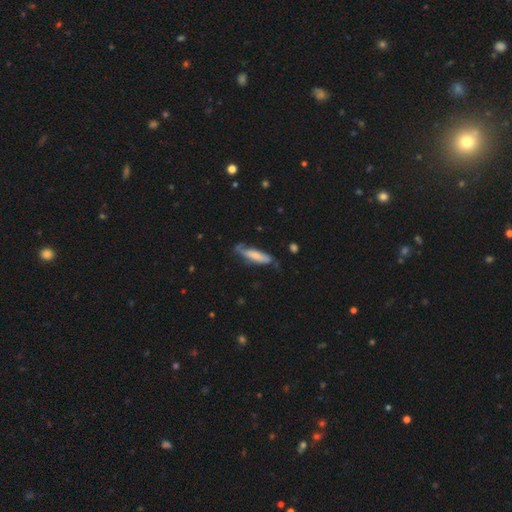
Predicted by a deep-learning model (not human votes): smooth 58%, featured or disk 36%, star or artifact 6%. Down the decision tree: how rounded — cigar-shaped (68%); merging — none (52%).